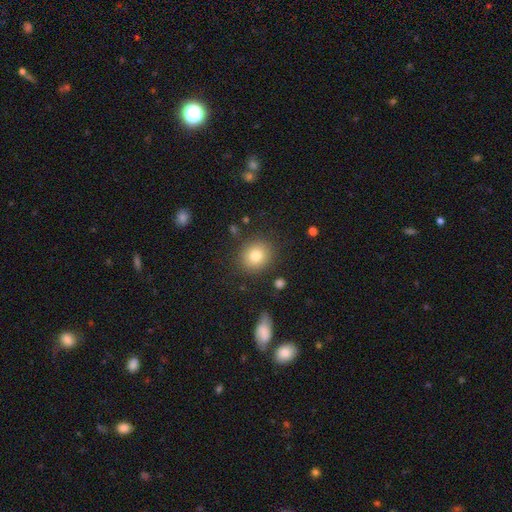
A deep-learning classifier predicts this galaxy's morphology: type=smooth (80%); roundness=round (80%); merging=none (86%).